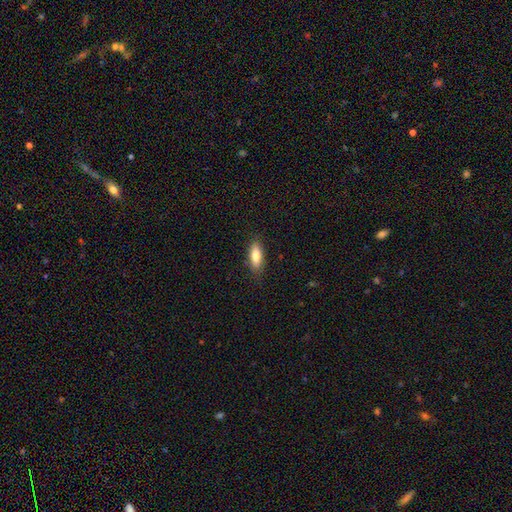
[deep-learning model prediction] A smooth galaxy with no disk features (81%) that is in between round and cigar-shaped (68%). Merging: none (84%).